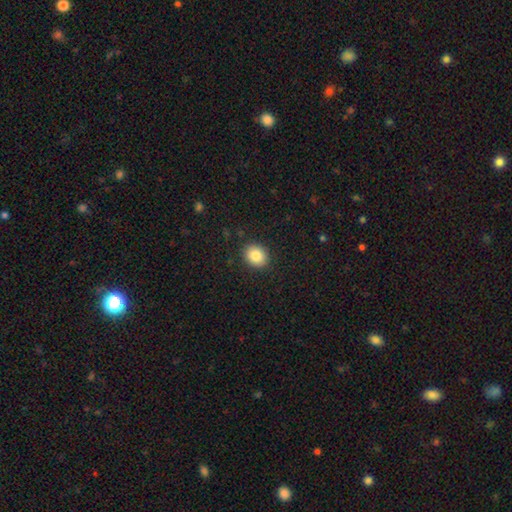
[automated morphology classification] smooth_or_featured: smooth (p=0.84) [alt: star or artifact p=0.09]
how_rounded: round (p=0.60) [alt: in between p=0.40]
merging: none (p=0.89) [alt: minor disturbance p=0.08]